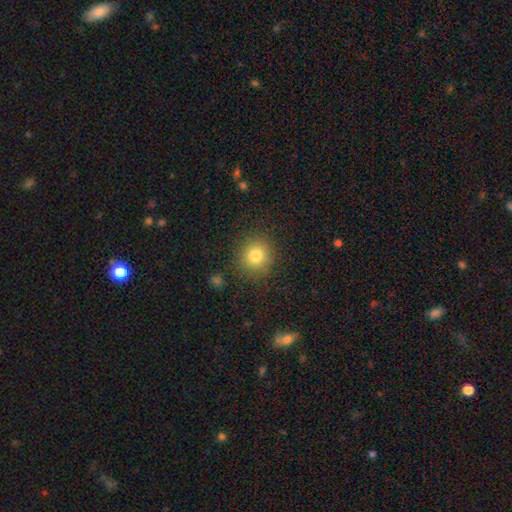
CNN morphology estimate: Smooth or featured? smooth (80%)
How rounded? round (89%)
Merging? none (87%)